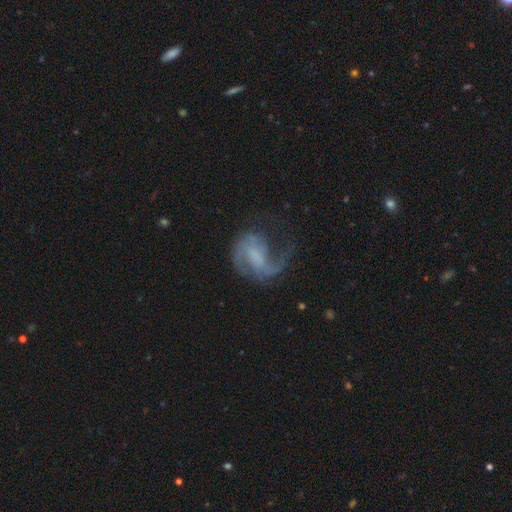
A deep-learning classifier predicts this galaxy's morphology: Smooth or featured? Predicted: featured or disk (p=0.77). Edge-on disk? Predicted: no (p=0.98). Bar? Predicted: weak (p=0.47). Spiral arms? Predicted: yes (p=0.90). Spiral winding? Predicted: loose (p=0.46). Spiral arm count? Predicted: 1 (p=0.42). Bulge size? Predicted: none (p=0.45). Merging? Predicted: major disturbance (p=0.39, tied with none).